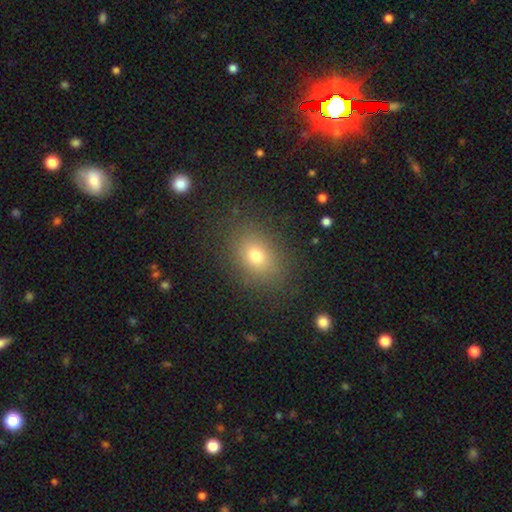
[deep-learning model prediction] Overall: smooth (74%). How rounded: in between (69%; round 30%). Merging: none (83%).